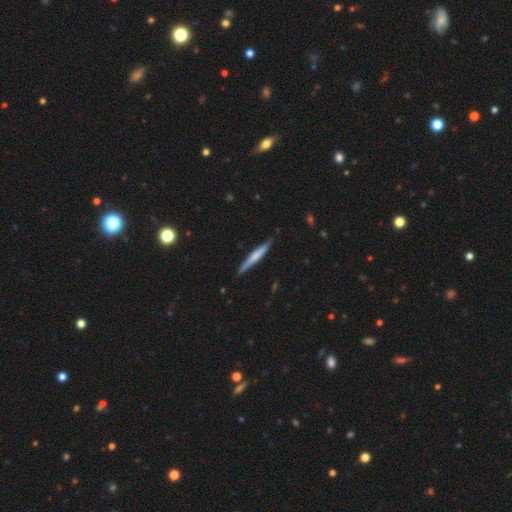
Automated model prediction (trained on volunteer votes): A smooth galaxy with no disk features (50%). Merging: none (88%).